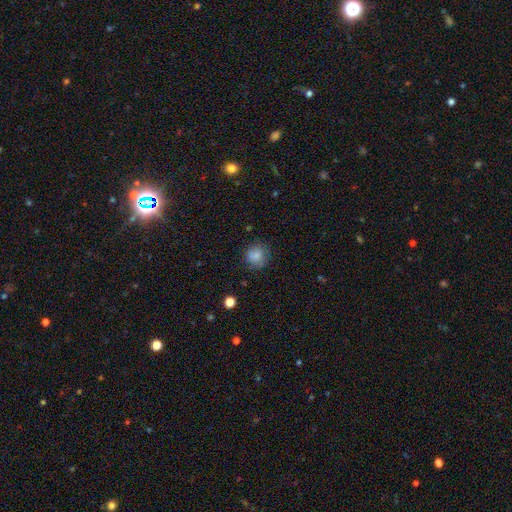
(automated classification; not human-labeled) A smooth galaxy with no disk features (80%) that is round (87%). Merging: none (75%).